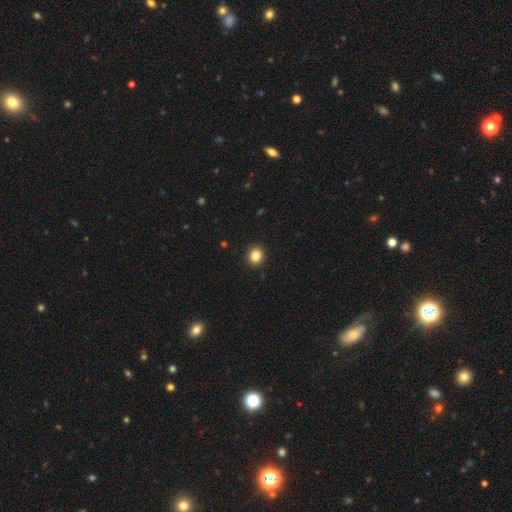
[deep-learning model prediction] Smooth or featured? Predicted: smooth (p=0.84). How rounded? Predicted: round (p=0.85). Merging? Predicted: none (p=0.93).